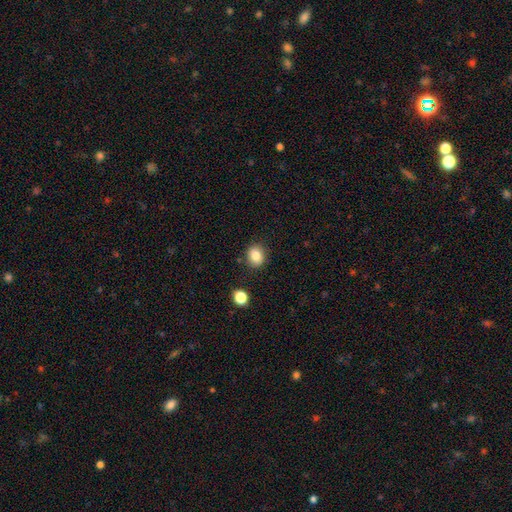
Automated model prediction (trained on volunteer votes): Morphology: type=smooth (83%); roundness=round (69%); merging=none (85%).